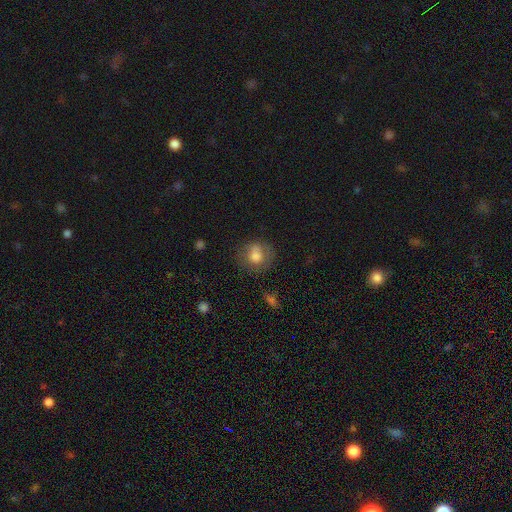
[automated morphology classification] Q: Smooth or featured?
A: smooth (73%); runner-up: featured or disk (17%)
Q: How rounded?
A: round (80%); runner-up: in between (19%)
Q: Merging?
A: none (59%); runner-up: minor disturbance (21%)